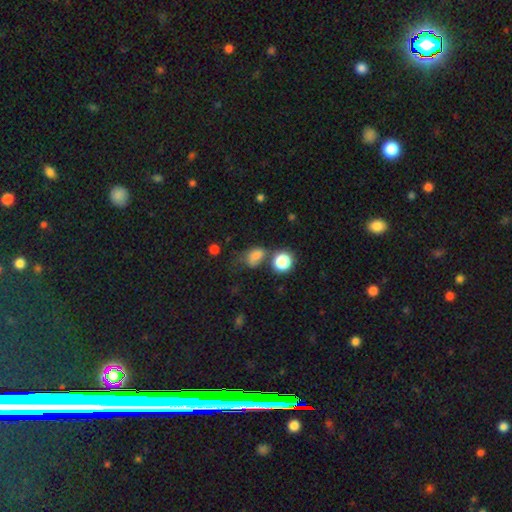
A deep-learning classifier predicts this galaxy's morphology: smooth_or_featured: smooth (p=0.75) [alt: star or artifact p=0.16]
how_rounded: in between (p=0.66) [alt: round p=0.32]
merging: none (p=0.37) [alt: minor disturbance p=0.25]